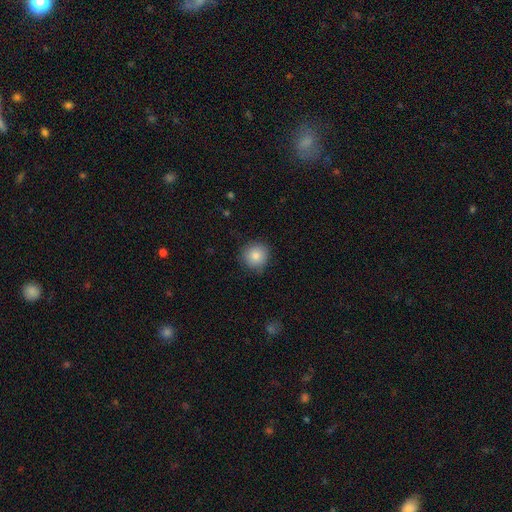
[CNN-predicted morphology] Smooth or featured?
  - smooth: 83% *
  - star or artifact: 9%
  - featured or disk: 8%
How rounded?
  - round: 93% *
  - in between: 7%
  - cigar-shaped: 1%
Merging?
  - none: 85% *
  - minor disturbance: 12%
  - major disturbance: 3%
  - merger: 1%